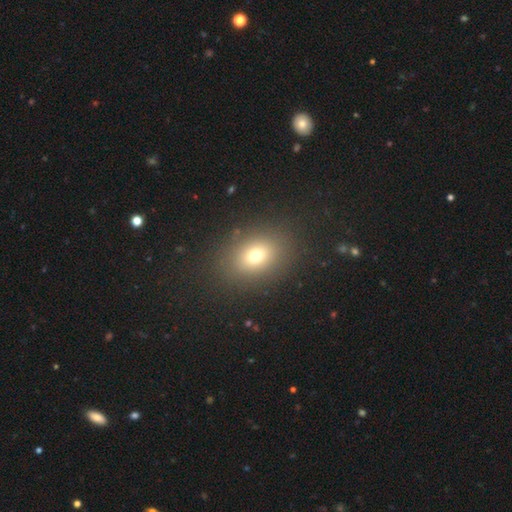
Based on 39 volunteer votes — Smooth or featured? smooth (85%)
How rounded? in between (61%)
Merging? none (81%)